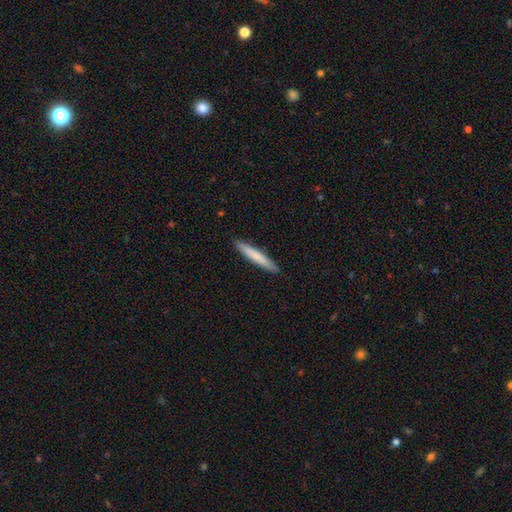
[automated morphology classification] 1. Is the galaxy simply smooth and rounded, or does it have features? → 73% smooth, 22% featured or disk, 5% star or artifact.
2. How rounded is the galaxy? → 94% cigar-shaped, 5% in between, 1% round.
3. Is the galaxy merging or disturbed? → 91% none, 7% minor disturbance, 1% major disturbance, 1% merger.